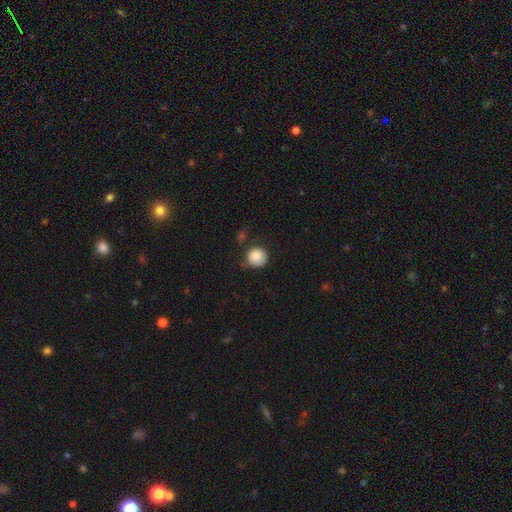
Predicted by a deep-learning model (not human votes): The model was most divided on "merging": none: 66%, minor disturbance: 21%, major disturbance: 8%, merger: 5%. More confident: how rounded — round (92%); smooth or featured — smooth (84%).